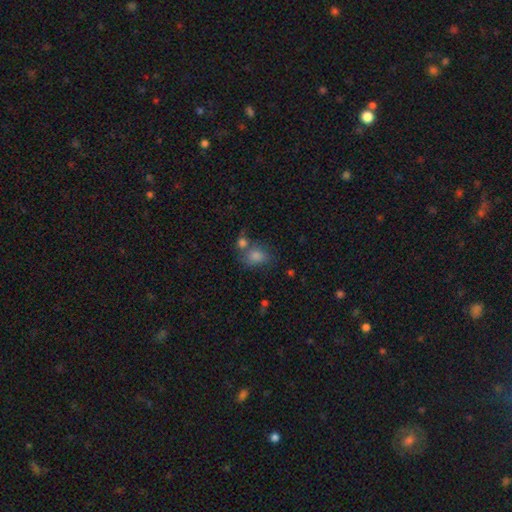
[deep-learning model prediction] Smooth or featured? smooth (74%)
How rounded? in between (57%)
Merging? none (54%)